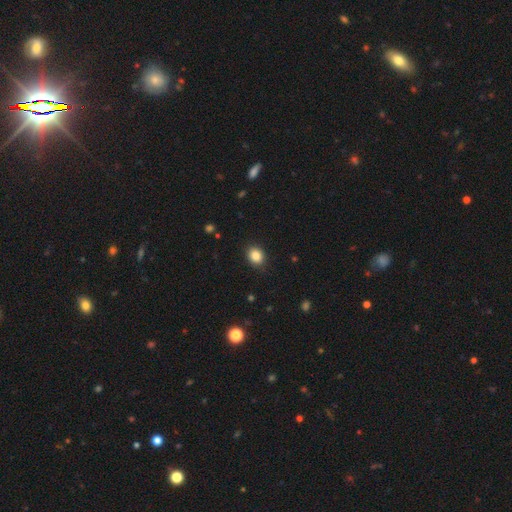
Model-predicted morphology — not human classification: Smooth or featured?
  - smooth: 85% *
  - star or artifact: 10%
  - featured or disk: 5%
How rounded?
  - round: 50% *
  - in between: 49%
  - cigar-shaped: 1%
Merging?
  - none: 89% *
  - minor disturbance: 8%
  - major disturbance: 2%
  - merger: 1%